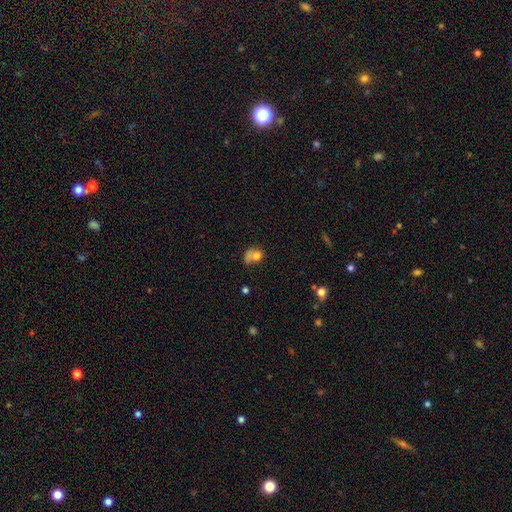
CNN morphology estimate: type=smooth (69%); roundness=in between (51%); merging=merger (32%).